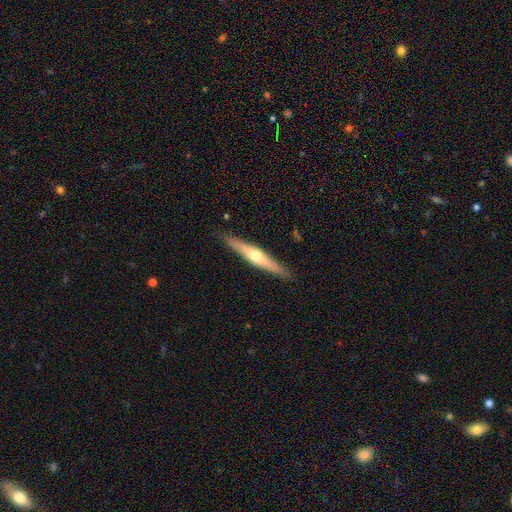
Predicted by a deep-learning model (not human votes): Smooth or featured? Predicted: featured or disk (p=0.61). Edge-on disk? Predicted: yes (p=0.94). Edge-on bulge? Predicted: rounded (p=0.89). Merging? Predicted: none (p=0.90).